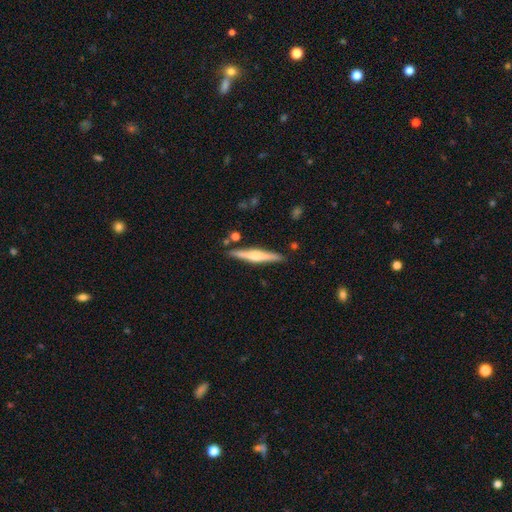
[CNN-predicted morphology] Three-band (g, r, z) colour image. It shows a featured or disk galaxy (61%) viewed edge-on (98%) with a rounded central bulge (74%). Merging: none (87%).